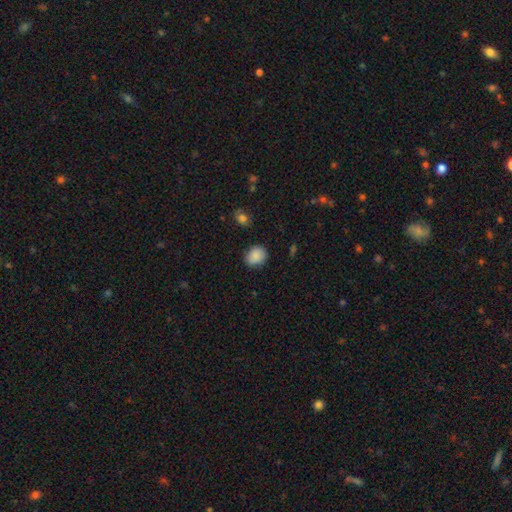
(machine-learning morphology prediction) A smooth galaxy with no disk features (87%) that is round (54%).

Vote fractions:
- Smooth or featured? smooth: 87% / star or artifact: 8% / featured or disk: 5%
- How rounded? round: 54% / in between: 45% / cigar-shaped: 1%
- Merging? none: 80% / minor disturbance: 15% / major disturbance: 3% / merger: 2%